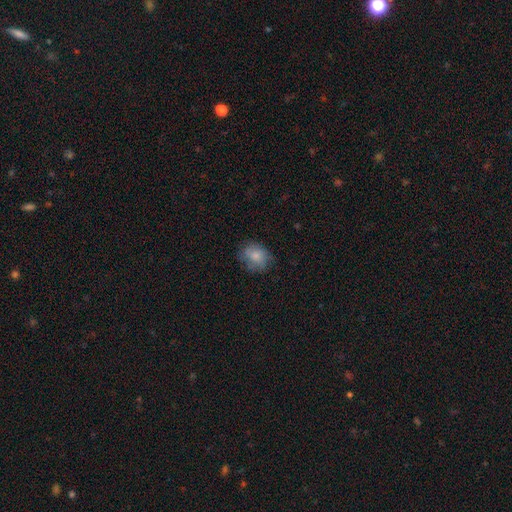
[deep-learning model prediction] smooth-or-featured: smooth: 75% | featured or disk: 17% | star or artifact: 8%
  how-rounded: round: 55% | in between: 44% | cigar-shaped: 1%
  merging: none: 69% | minor disturbance: 22% | major disturbance: 8% | merger: 1%